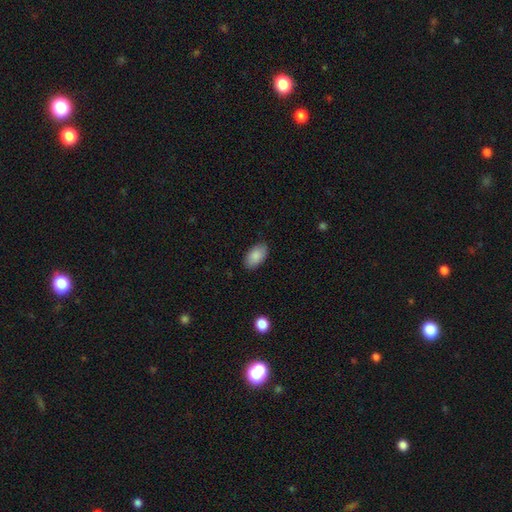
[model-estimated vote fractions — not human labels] The model was most divided on "merging": none: 86%, minor disturbance: 10%, major disturbance: 2%, merger: 1%. More confident: how rounded — in between (95%); smooth or featured — smooth (87%).